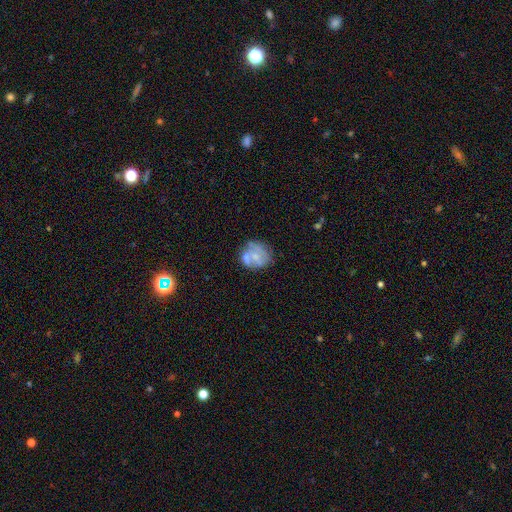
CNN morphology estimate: Q: Smooth or featured?
A: featured or disk (55%); runner-up: smooth (37%)
Q: Edge-on disk?
A: no (98%); runner-up: yes (2%)
Q: Bar?
A: no (73%); runner-up: weak (23%)
Q: Spiral arms?
A: yes (54%); runner-up: no (46%)
Q: Bulge size?
A: small (43%); runner-up: moderate (29%)
Q: Merging?
A: none (51%); runner-up: minor disturbance (22%)